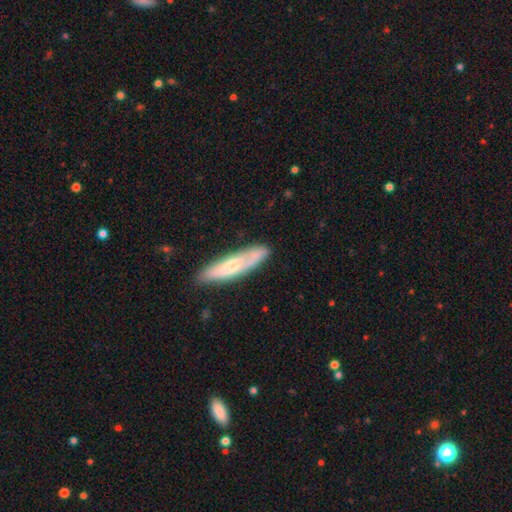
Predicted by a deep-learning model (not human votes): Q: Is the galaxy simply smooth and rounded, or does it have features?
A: smooth — 47%, tied with featured or disk.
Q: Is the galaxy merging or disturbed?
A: none — 71%.